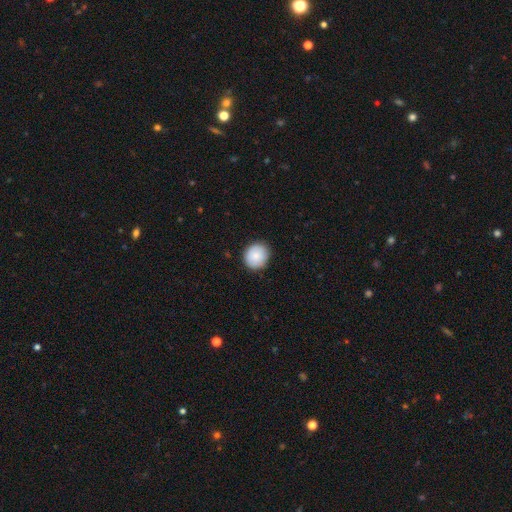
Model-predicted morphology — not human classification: A smooth galaxy with no disk features (86%) that is round (83%). Merging: none (87%).